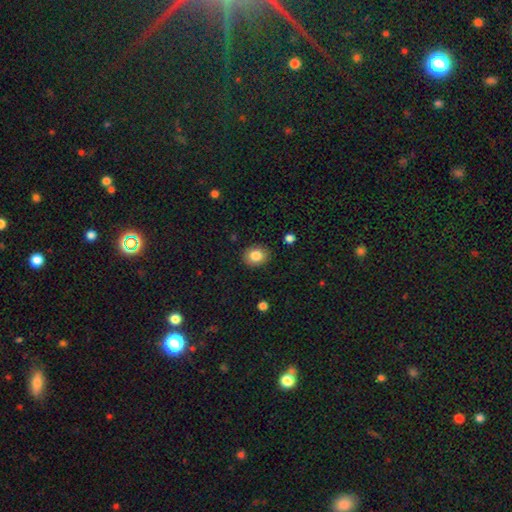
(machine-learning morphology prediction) The model was most divided on "how rounded": round: 59%, in between: 40%, cigar-shaped: 1%. More confident: merging — none (87%); smooth or featured — smooth (84%).